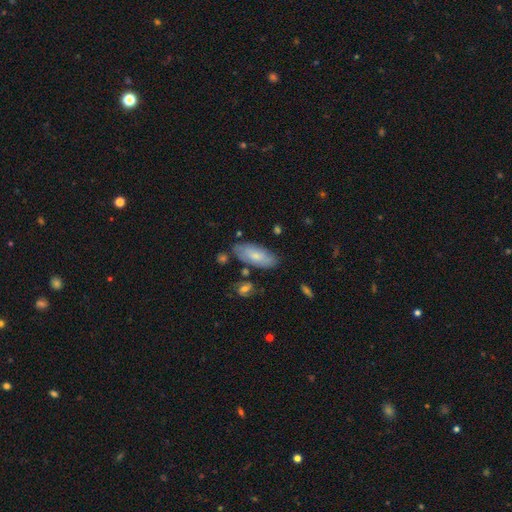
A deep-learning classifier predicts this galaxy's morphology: This is likely a smooth galaxy (69%). How rounded: clearly in between (85%). Merging: likely none (74%).